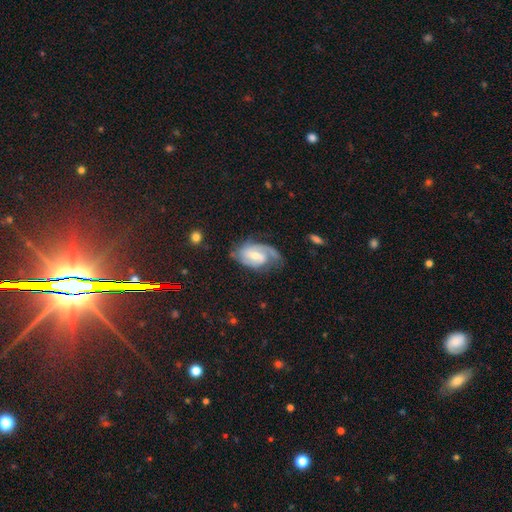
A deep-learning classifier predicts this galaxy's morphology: featured or disk 82%, smooth 13%, star or artifact 5%. Down the decision tree: edge-on disk — no (96%); bar — weak (53%); spiral arms — yes (94%); spiral arm count — 2 (62%); spiral winding — medium (46%); bulge size — moderate (52%); merging — none (58%).